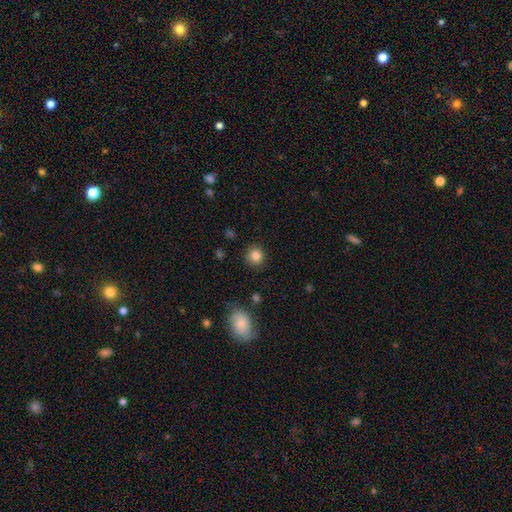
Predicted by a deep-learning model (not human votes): Overall: smooth (85%). How rounded: round (90%). Merging: none (88%).